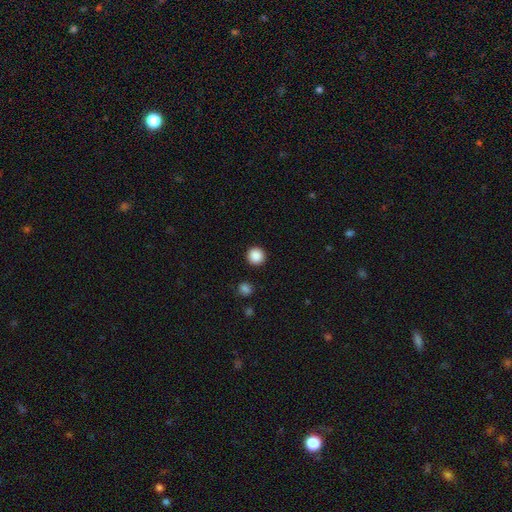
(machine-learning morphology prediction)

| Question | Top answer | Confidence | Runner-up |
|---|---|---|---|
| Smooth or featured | smooth | 88% | star or artifact (9%) |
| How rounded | round | 95% | in between (4%) |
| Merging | none | 92% | minor disturbance (4%) |